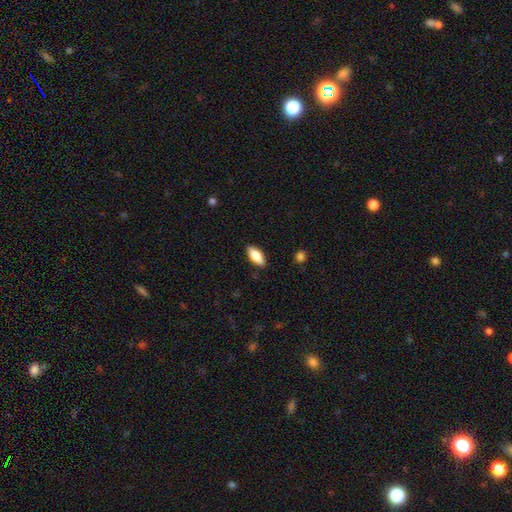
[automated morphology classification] smooth_or_featured: smooth (p=0.73) [alt: featured or disk p=0.20]
how_rounded: in between (p=0.76) [alt: cigar-shaped p=0.21]
merging: none (p=0.88) [alt: minor disturbance p=0.09]